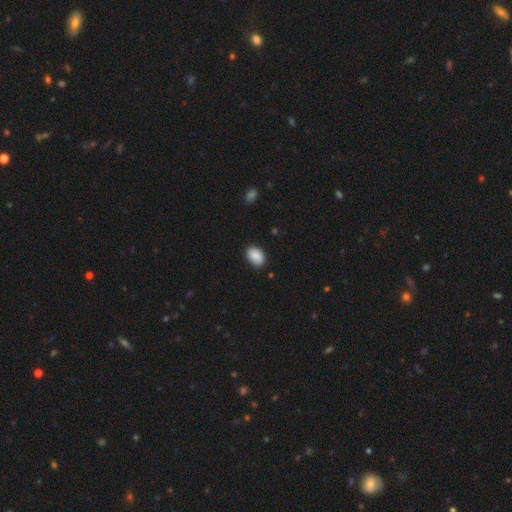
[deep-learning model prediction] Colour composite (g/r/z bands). It shows a smooth galaxy with no disk features (88%) that is in between round and cigar-shaped (84%). Merging: none (81%).